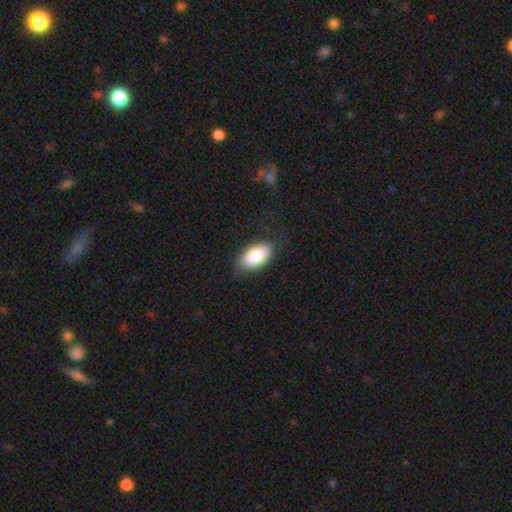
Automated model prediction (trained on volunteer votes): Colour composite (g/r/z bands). It shows a smooth galaxy with no disk features (85%) that is in between round and cigar-shaped (94%). Merging: none (83%).